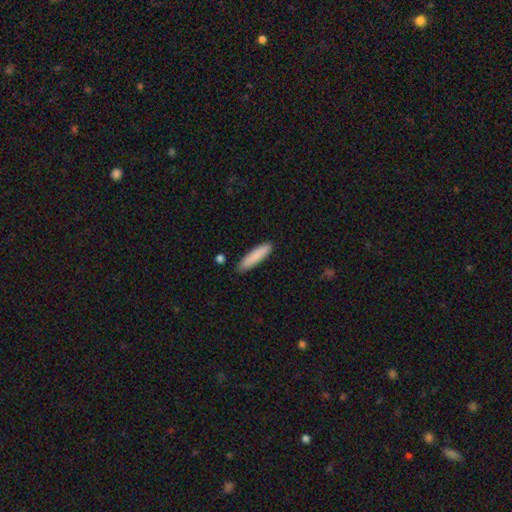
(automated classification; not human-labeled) A smooth galaxy with no disk features (86%) that is cigar-shaped (80%).

Vote fractions:
- Smooth or featured? smooth: 86% / featured or disk: 8% / star or artifact: 6%
- How rounded? cigar-shaped: 80% / in between: 18% / round: 1%
- Merging? none: 87% / minor disturbance: 9% / merger: 2% / major disturbance: 2%